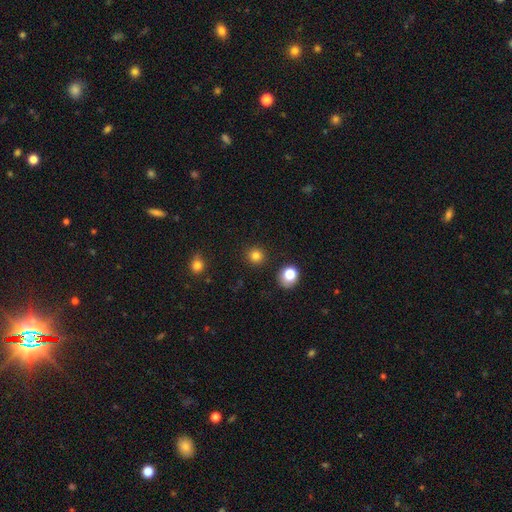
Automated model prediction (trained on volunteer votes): The model was most divided on "smooth or featured": smooth: 82%, star or artifact: 14%, featured or disk: 5%. More confident: how rounded — round (93%); merging — none (91%).